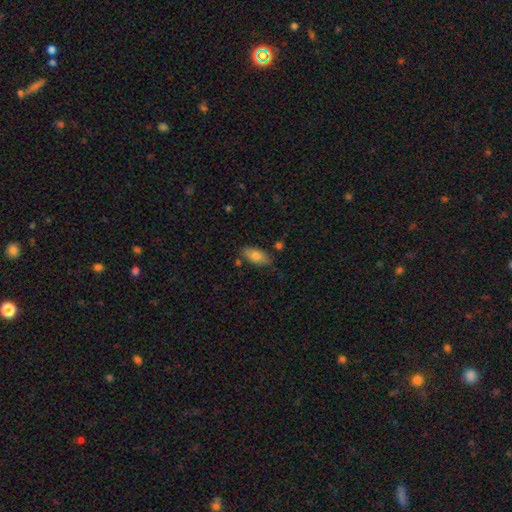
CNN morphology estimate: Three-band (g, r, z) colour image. It shows a smooth galaxy with no disk features (77%) that is in between round and cigar-shaped (90%). Merging: none (78%).